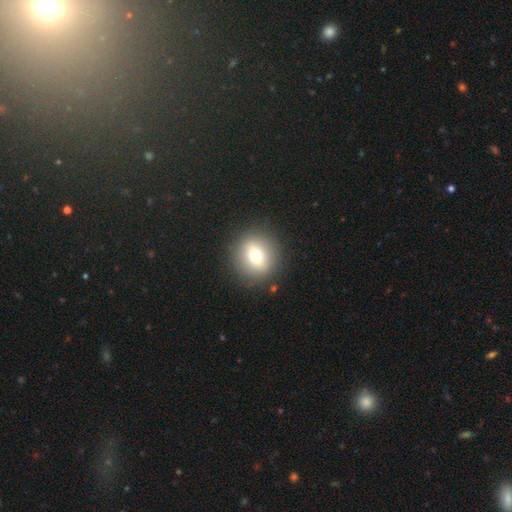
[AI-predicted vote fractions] smooth_or_featured: smooth (p=0.72) [alt: featured or disk p=0.18]
how_rounded: round (p=0.85) [alt: in between p=0.14]
merging: none (p=0.89) [alt: minor disturbance p=0.07]